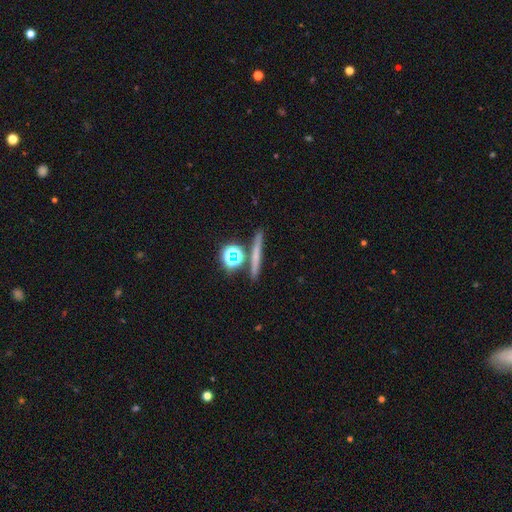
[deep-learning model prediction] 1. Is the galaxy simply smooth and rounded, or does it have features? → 52% smooth, 28% featured or disk, 20% star or artifact.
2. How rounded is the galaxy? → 71% cigar-shaped, 20% round, 9% in between.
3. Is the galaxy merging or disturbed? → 80% none, 9% merger, 8% minor disturbance, 3% major disturbance.